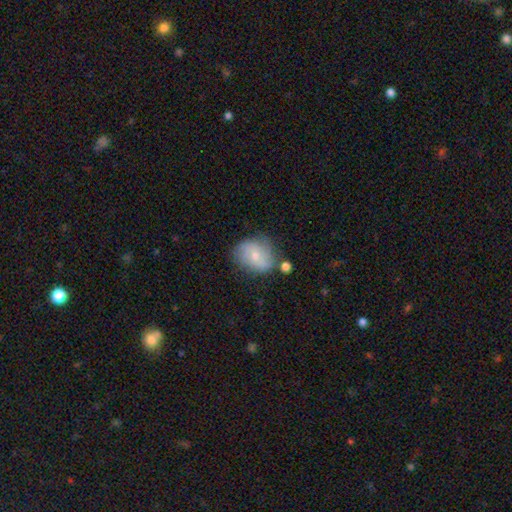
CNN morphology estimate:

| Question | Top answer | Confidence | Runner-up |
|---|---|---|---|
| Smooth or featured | smooth | 47% | featured or disk (45%) |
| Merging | none | 61% | minor disturbance (24%) |